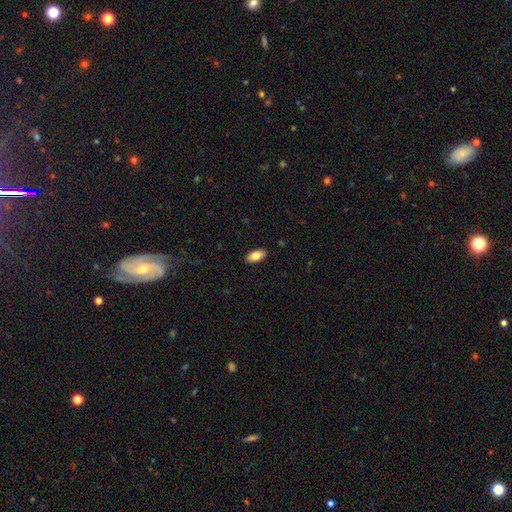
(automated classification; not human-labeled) smooth_or_featured: smooth (p=0.81) [alt: featured or disk p=0.12]
how_rounded: in between (p=0.92) [alt: cigar-shaped p=0.05]
merging: none (p=0.89) [alt: minor disturbance p=0.08]